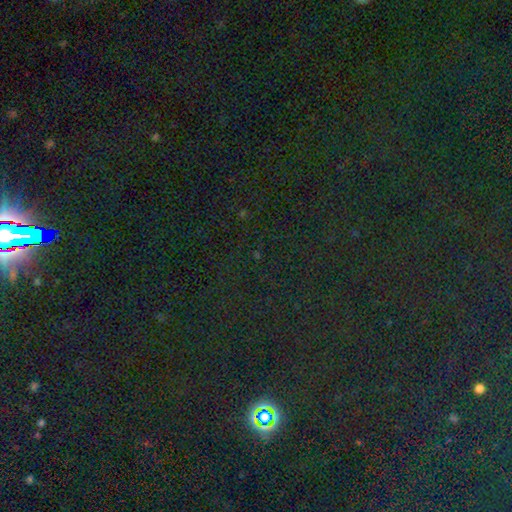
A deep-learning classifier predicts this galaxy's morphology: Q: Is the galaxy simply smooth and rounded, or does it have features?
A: star or artifact — 82%.